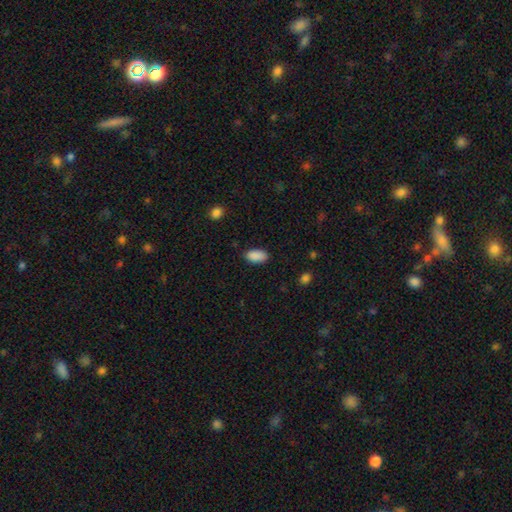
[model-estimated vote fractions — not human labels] Overall: smooth (90%). How rounded: in between (93%). Merging: none (85%).